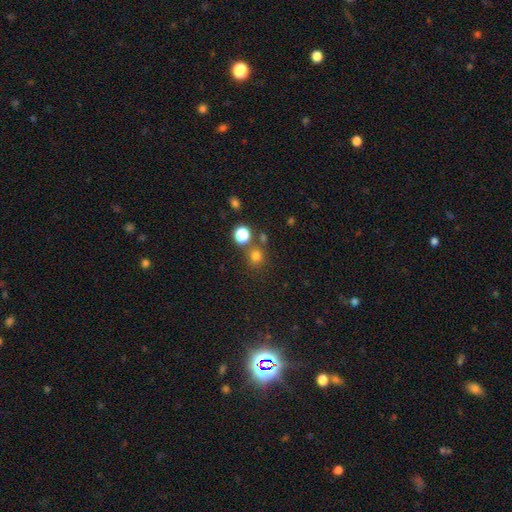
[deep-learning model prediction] Smooth or featured?
  - smooth: 75% *
  - star or artifact: 19%
  - featured or disk: 6%
How rounded?
  - round: 87% *
  - in between: 12%
  - cigar-shaped: 1%
Merging?
  - none: 73% *
  - merger: 14%
  - minor disturbance: 9%
  - major disturbance: 4%